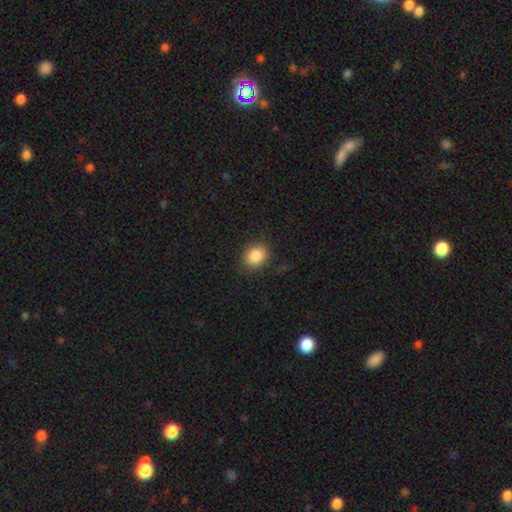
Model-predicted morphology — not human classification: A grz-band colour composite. It shows a smooth galaxy with no disk features (86%) that is round (55%). Merging: none (86%).